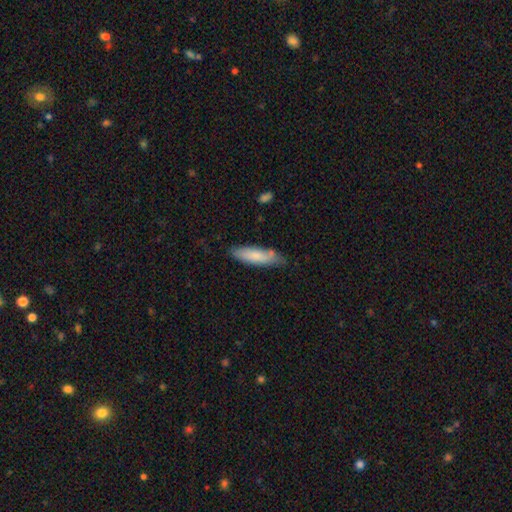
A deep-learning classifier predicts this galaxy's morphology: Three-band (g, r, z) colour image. It shows a smooth galaxy with no disk features (77%) that is cigar-shaped (62%). Merging: none (72%).